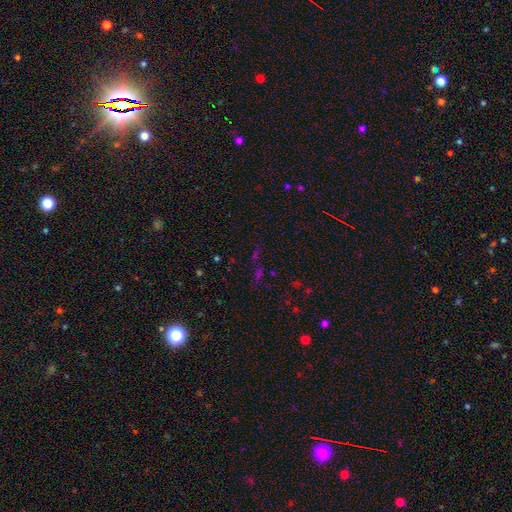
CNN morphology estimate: This is likely a star or artifact rather than a galaxy (62%).